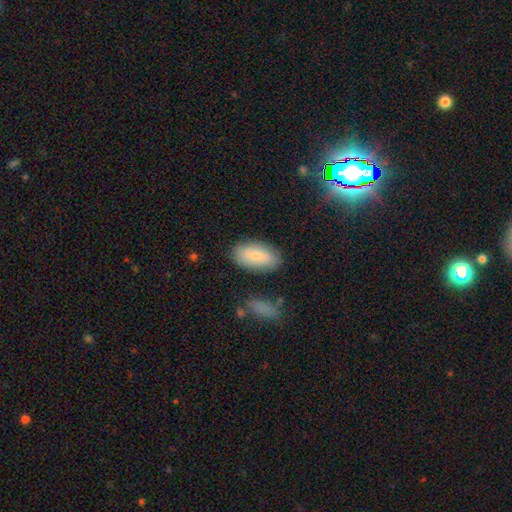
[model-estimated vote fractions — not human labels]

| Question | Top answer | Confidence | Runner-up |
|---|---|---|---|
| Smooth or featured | smooth | 74% | featured or disk (19%) |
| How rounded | in between | 93% | cigar-shaped (4%) |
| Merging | none | 79% | minor disturbance (14%) |